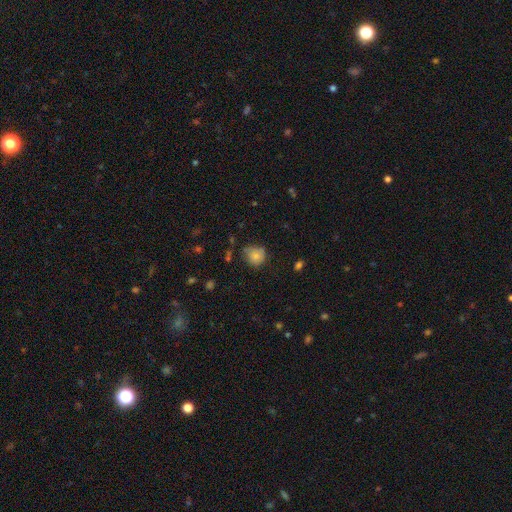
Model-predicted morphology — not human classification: type=smooth (79%); roundness=round (82%); merging=none (60%).